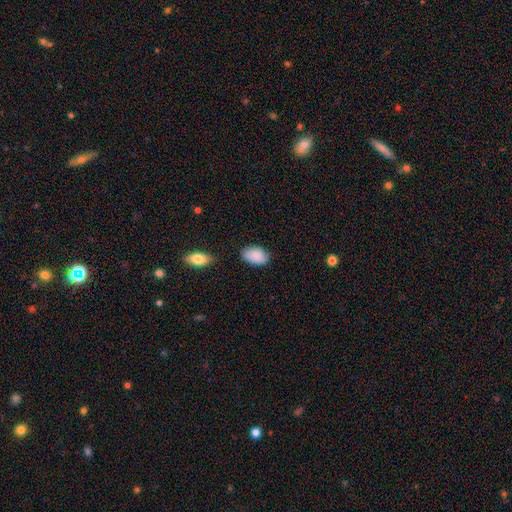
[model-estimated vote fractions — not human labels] Q: Smooth or featured?
A: smooth (87%); runner-up: star or artifact (7%)
Q: How rounded?
A: in between (92%); runner-up: round (7%)
Q: Merging?
A: none (74%); runner-up: minor disturbance (19%)